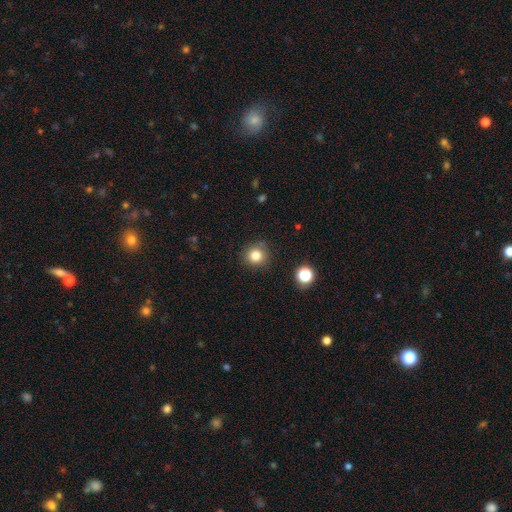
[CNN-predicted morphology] Smooth or featured? Predicted: smooth (p=0.82). How rounded? Predicted: round (p=0.92). Merging? Predicted: none (p=0.85).